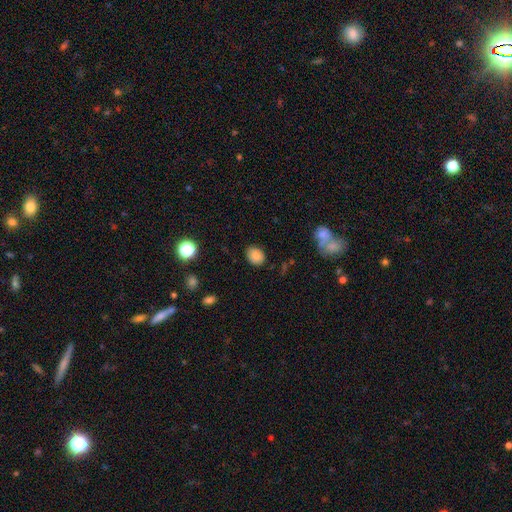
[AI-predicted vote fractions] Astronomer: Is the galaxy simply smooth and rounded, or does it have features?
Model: smooth — 84%.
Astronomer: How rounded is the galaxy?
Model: in between — 57% (runner-up: round, 42%).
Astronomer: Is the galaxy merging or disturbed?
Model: none — 83%.